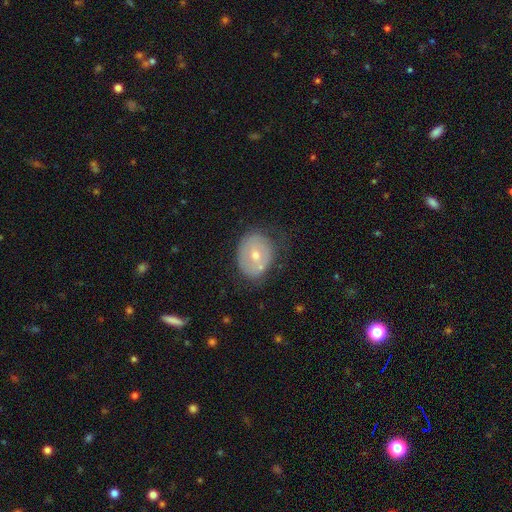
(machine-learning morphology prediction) Smooth or featured? smooth (50%)
How rounded? round (50%)
Merging? none (58%)